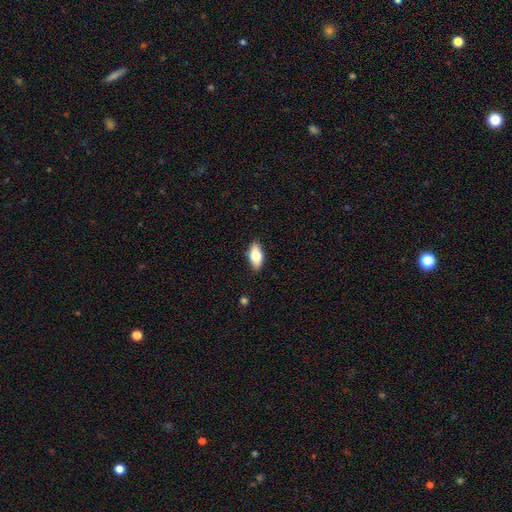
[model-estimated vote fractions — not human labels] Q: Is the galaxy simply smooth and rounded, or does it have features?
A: smooth — 74%.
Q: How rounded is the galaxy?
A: in between — 88%.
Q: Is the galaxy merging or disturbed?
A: none — 87%.